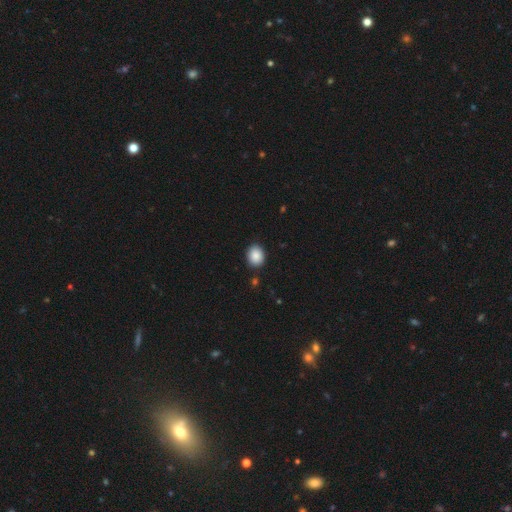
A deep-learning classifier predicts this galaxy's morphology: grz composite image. It shows a smooth galaxy with no disk features (88%) that is in between round and cigar-shaped (51%). Merging: none (88%).